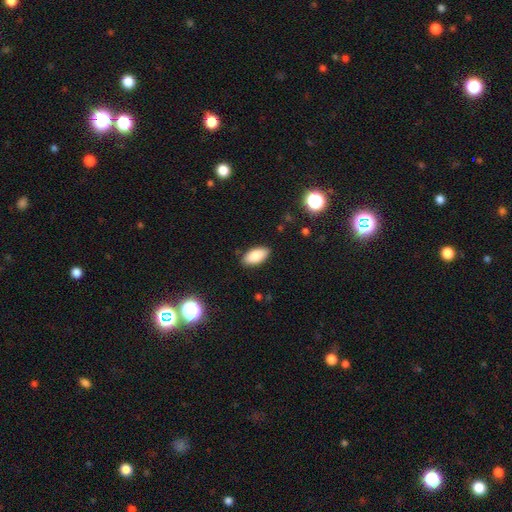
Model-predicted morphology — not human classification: Smooth or featured?
  - smooth: 84% *
  - featured or disk: 8%
  - star or artifact: 7%
How rounded?
  - in between: 93% *
  - cigar-shaped: 5%
  - round: 3%
Merging?
  - none: 87% *
  - minor disturbance: 10%
  - major disturbance: 2%
  - merger: 1%